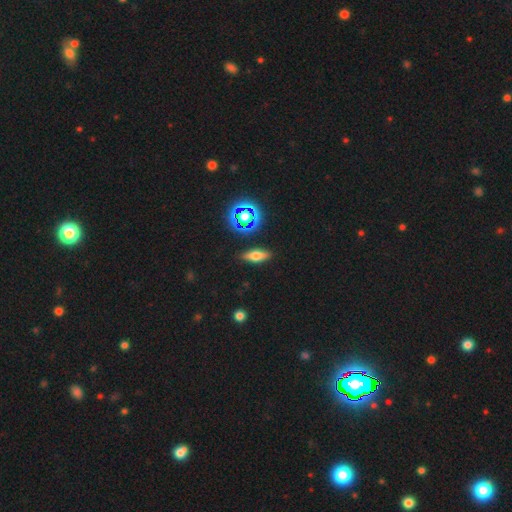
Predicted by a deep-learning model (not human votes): Overall: smooth (56%; featured or disk 27%). How rounded: in between (57%; cigar-shaped 36%). Merging: none (87%).